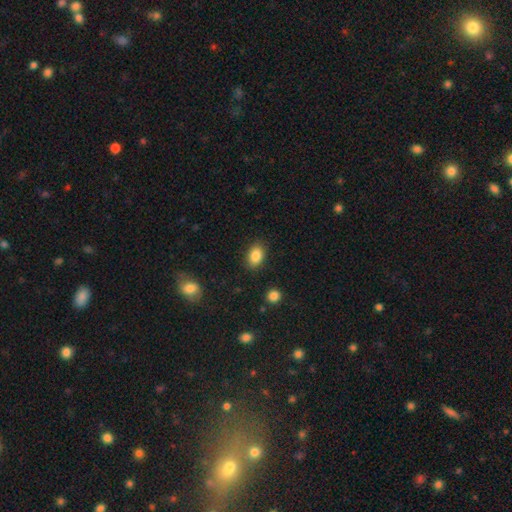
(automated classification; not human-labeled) A smooth galaxy with no disk features (86%) that is in between round and cigar-shaped (80%).

Vote fractions:
- Smooth or featured? smooth: 86% / star or artifact: 9% / featured or disk: 6%
- How rounded? in between: 80% / round: 19% / cigar-shaped: 1%
- Merging? none: 86% / minor disturbance: 10% / major disturbance: 3% / merger: 2%